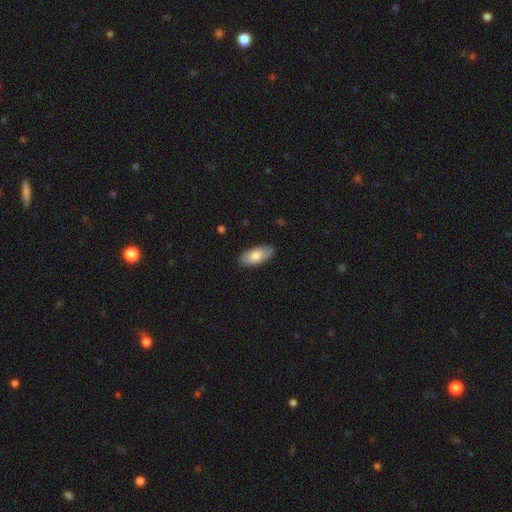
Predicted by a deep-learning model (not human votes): Morphology: type=smooth (70%); roundness=in between (91%); merging=none (85%).